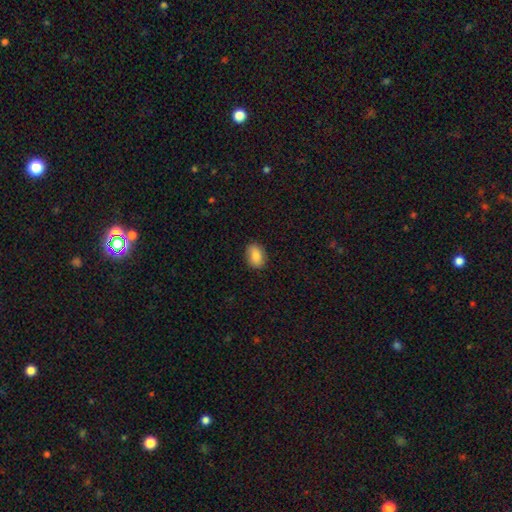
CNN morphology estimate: type=smooth (84%); roundness=in between (78%); merging=none (86%).